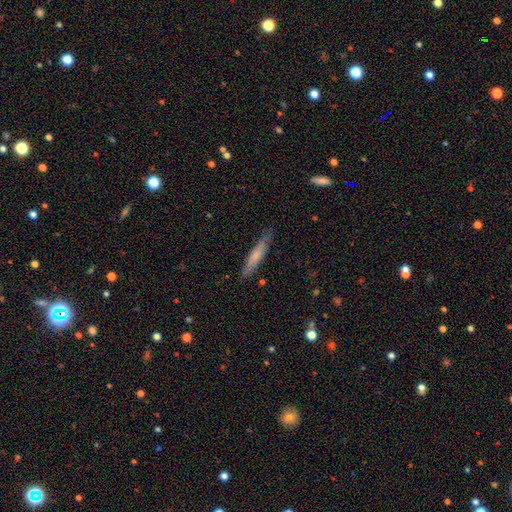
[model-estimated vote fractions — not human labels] Smooth or featured?
  - smooth: 65% *
  - featured or disk: 30%
  - star or artifact: 6%
How rounded?
  - cigar-shaped: 92% *
  - in between: 7%
  - round: 1%
Merging?
  - none: 85% *
  - minor disturbance: 12%
  - major disturbance: 2%
  - merger: 1%